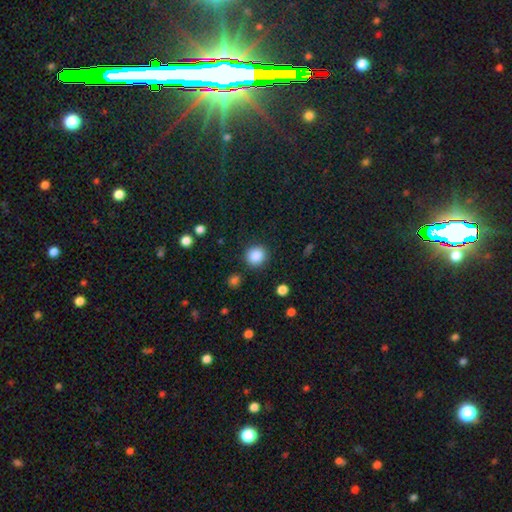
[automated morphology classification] A smooth galaxy with no disk features (87%) that is round (89%).

Vote fractions:
- Smooth or featured? smooth: 87% / star or artifact: 9% / featured or disk: 4%
- How rounded? round: 89% / in between: 10% / cigar-shaped: 1%
- Merging? none: 88% / minor disturbance: 7% / major disturbance: 3% / merger: 2%